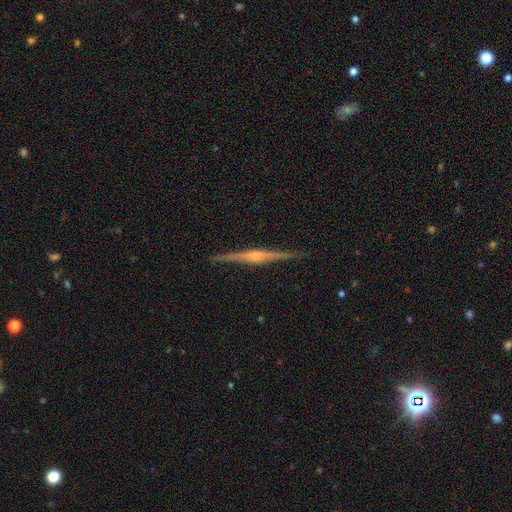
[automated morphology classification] smooth-or-featured: featured or disk: 86% | smooth: 8% | star or artifact: 5%
  disk-edge-on: yes: 98% | no: 2%
    edge-on-bulge: rounded: 87% | boxy: 7% | none: 6%
  merging: none: 91% | minor disturbance: 6% | major disturbance: 1% | merger: 1%